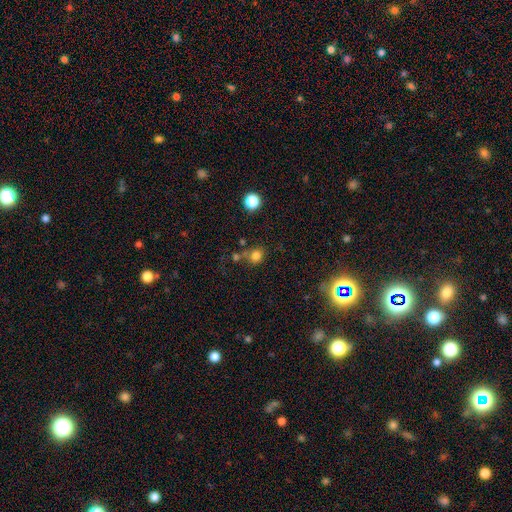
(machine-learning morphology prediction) This appears to be a smooth galaxy with no disk features (78%) that is round (76%). Merging: none (63%).